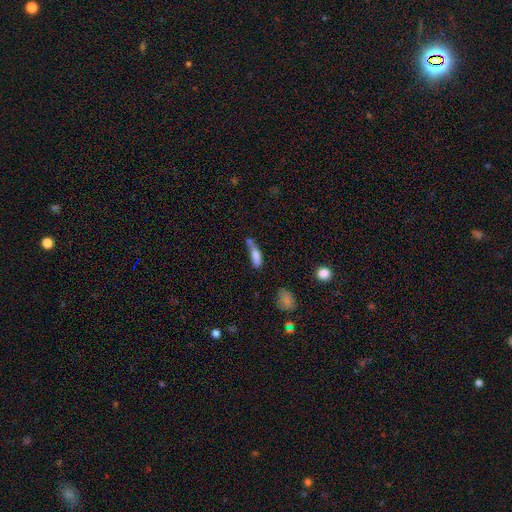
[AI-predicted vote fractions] Smooth or featured?
  - smooth: 74% *
  - featured or disk: 16%
  - star or artifact: 9%
How rounded?
  - cigar-shaped: 51% *
  - in between: 46%
  - round: 3%
Merging?
  - none: 30% *
  - merger: 29%
  - minor disturbance: 25%
  - major disturbance: 16%